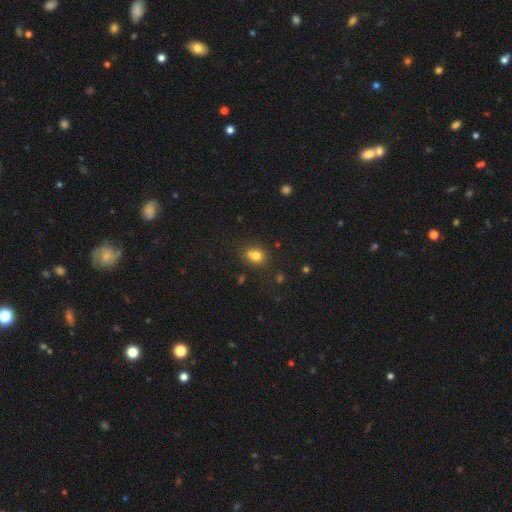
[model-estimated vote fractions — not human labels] A smooth galaxy with no disk features (76%) that is round (58%).

Vote fractions:
- Smooth or featured? smooth: 76% / star or artifact: 13% / featured or disk: 11%
- How rounded? round: 58% / in between: 41% / cigar-shaped: 1%
- Merging? none: 52% / merger: 29% / minor disturbance: 15% / major disturbance: 5%